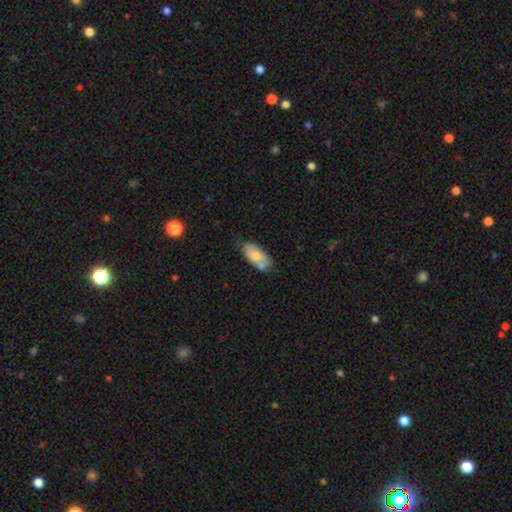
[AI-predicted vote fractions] A smooth galaxy with no disk features (67%) that is in between round and cigar-shaped (89%). Merging: none (57%).